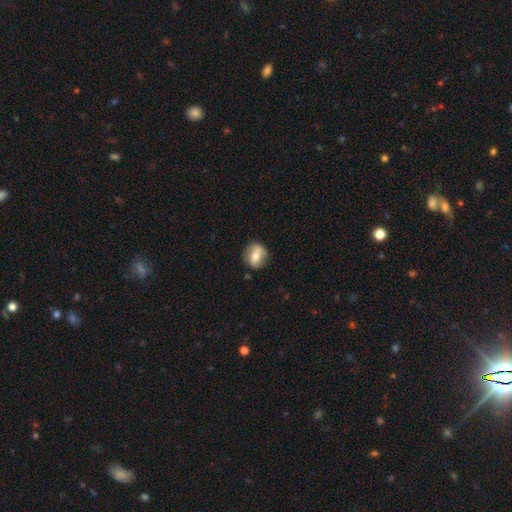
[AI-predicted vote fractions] Q: Smooth or featured?
A: smooth (60%); runner-up: featured or disk (32%)
Q: How rounded?
A: round (70%); runner-up: in between (29%)
Q: Merging?
A: none (79%); runner-up: minor disturbance (16%)